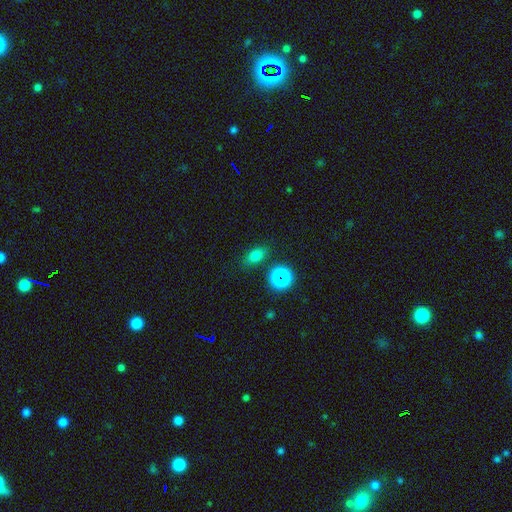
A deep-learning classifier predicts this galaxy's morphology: The model was most divided on "how rounded": in between: 71%, round: 23%, cigar-shaped: 6%. More confident: merging — none (81%); smooth or featured — smooth (74%).